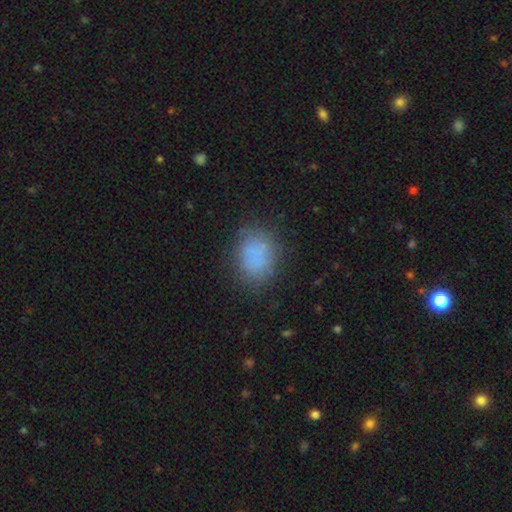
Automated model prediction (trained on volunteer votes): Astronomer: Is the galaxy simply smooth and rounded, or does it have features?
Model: smooth — 80%.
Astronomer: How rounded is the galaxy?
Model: in between — 53% (runner-up: round, 46%).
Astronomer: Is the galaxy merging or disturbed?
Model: none — 76%.